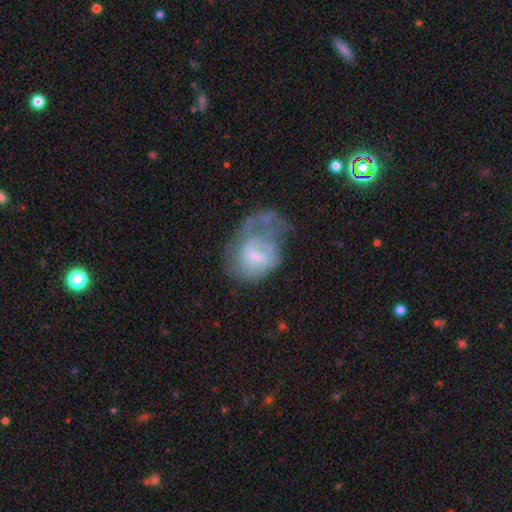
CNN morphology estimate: The model was most divided on "bar": weak: 43%, no: 40%, strong: 18%. Remaining: edge-on disk — no (97%); spiral arms — no (68%); smooth or featured — featured or disk (54%); merging — major disturbance (49%); bulge size — none (37%).